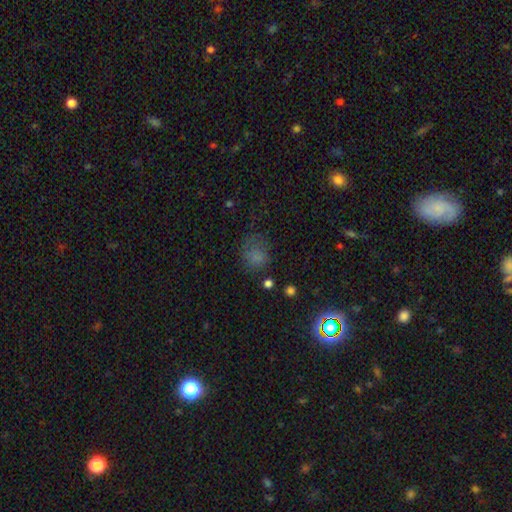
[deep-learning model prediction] This appears to be a smooth galaxy with no disk features (66%) that is round (67%). Merging: none (54%).